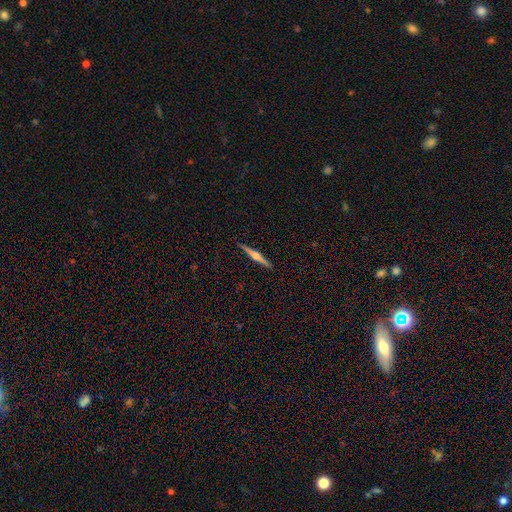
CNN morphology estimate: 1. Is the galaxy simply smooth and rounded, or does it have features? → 74% featured or disk, 20% smooth, 6% star or artifact.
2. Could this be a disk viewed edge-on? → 98% yes, 2% no.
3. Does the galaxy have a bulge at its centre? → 88% rounded, 7% boxy, 5% none.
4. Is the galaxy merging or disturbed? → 92% none, 6% minor disturbance, 1% major disturbance, 1% merger.